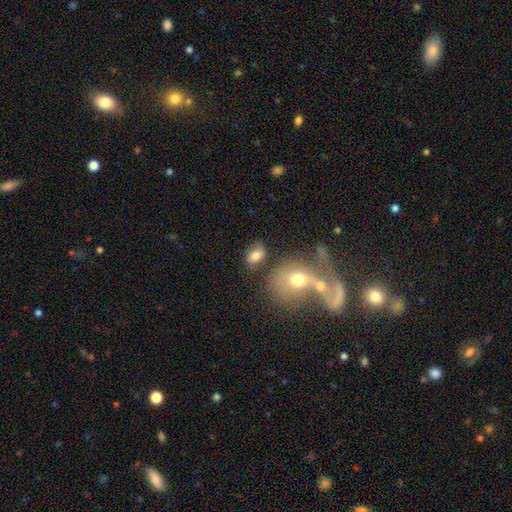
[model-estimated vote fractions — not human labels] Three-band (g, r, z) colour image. It shows a smooth galaxy with no disk features (76%) that is in between round and cigar-shaped (81%). Merging: none (70%).